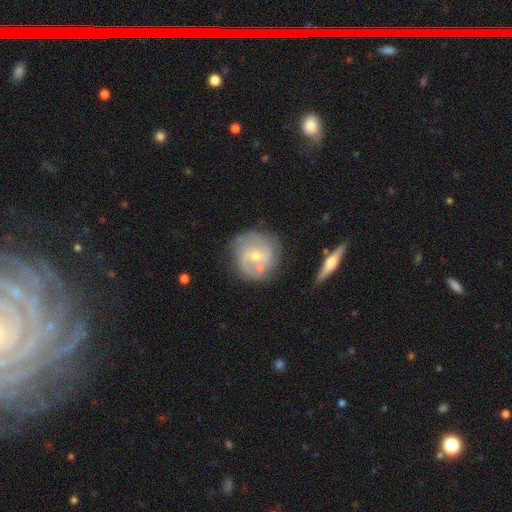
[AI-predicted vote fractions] smooth-or-featured: featured or disk: 80% | smooth: 14% | star or artifact: 6%
  disk-edge-on: no: 97% | yes: 3%
    bar: no: 53% | weak: 37% | strong: 9%
    has-spiral-arms: yes: 93% | no: 7%
      spiral-winding: medium: 43% | tight: 42% | loose: 15%
      spiral-arm-count: 2: 53% | 3: 20% | can't tell: 16% | 4: 5% | 1: 3% | more than 4: 3%
    bulge-size: small: 56% | moderate: 41% | large: 1% | none: 1% | dominant: 1%
  merging: none: 67% | minor disturbance: 17% | merger: 10% | major disturbance: 6%